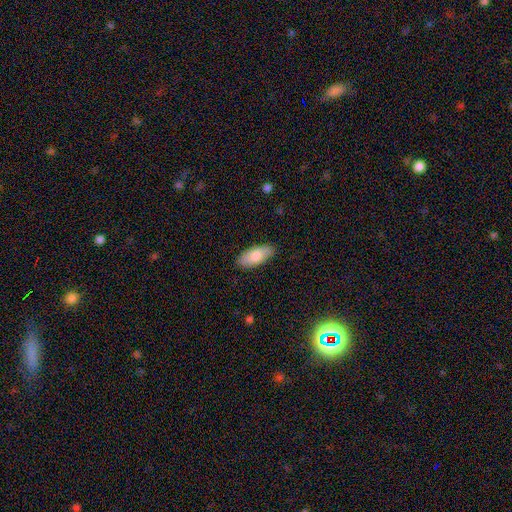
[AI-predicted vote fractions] A smooth galaxy with no disk features (81%) that is in between round and cigar-shaped (87%).

Vote fractions:
- Smooth or featured? smooth: 81% / featured or disk: 13% / star or artifact: 6%
- How rounded? in between: 87% / cigar-shaped: 11% / round: 2%
- Merging? none: 88% / minor disturbance: 9% / major disturbance: 2% / merger: 1%